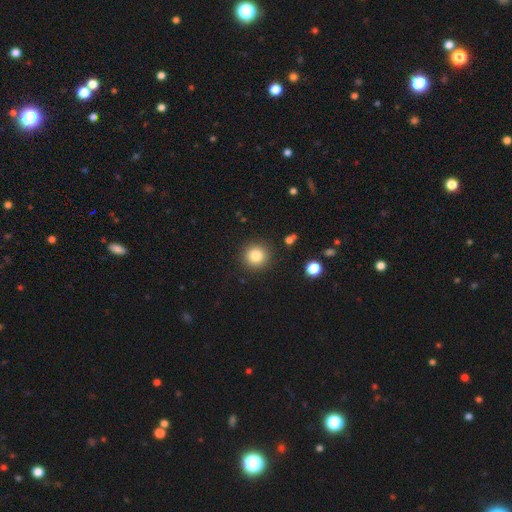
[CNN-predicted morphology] Smooth or featured? smooth (84%)
How rounded? round (93%)
Merging? none (90%)